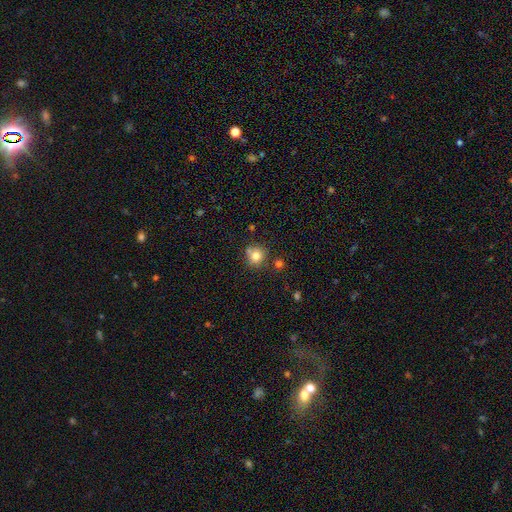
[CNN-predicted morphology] Smooth or featured: smooth — 79% (star or artifact — 12%)
How rounded: round — 89% (in between — 10%)
Merging: none — 70% (merger — 14%)